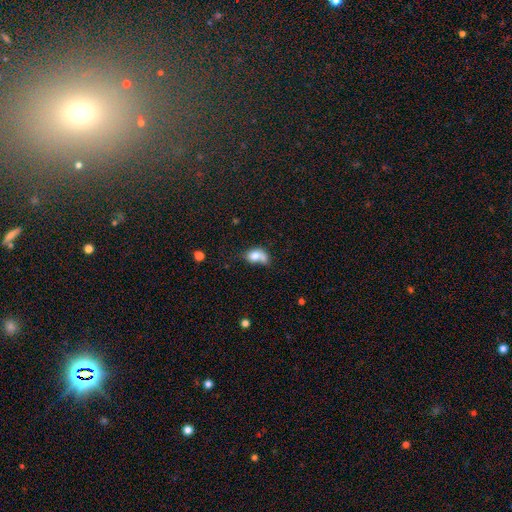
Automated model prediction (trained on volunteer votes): smooth_or_featured: smooth (p=0.74) [alt: featured or disk p=0.16]
how_rounded: in between (p=0.70) [alt: round p=0.28]
merging: merger (p=0.39) [alt: none p=0.24]